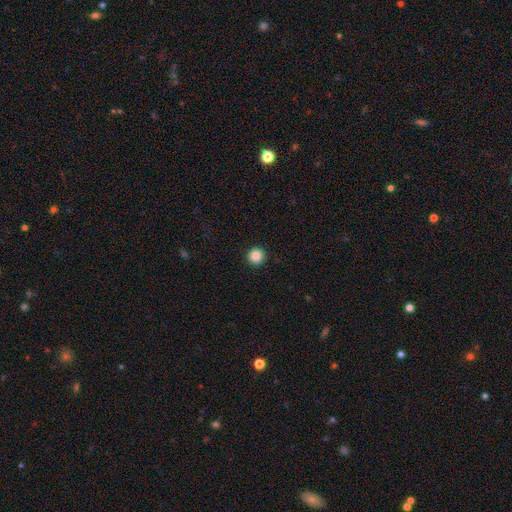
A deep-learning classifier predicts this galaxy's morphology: A smooth galaxy with no disk features (87%) that is round (96%). Merging: none (94%).